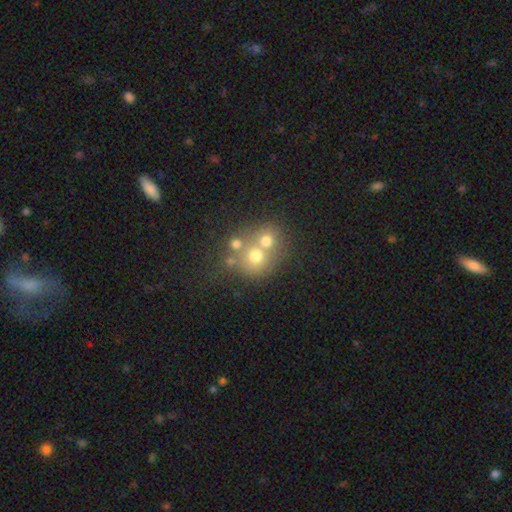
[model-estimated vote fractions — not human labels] The model was most divided on "merging": merger: 51%, none: 39%, minor disturbance: 7%, major disturbance: 4%. More confident: how rounded — round (82%); smooth or featured — smooth (61%).